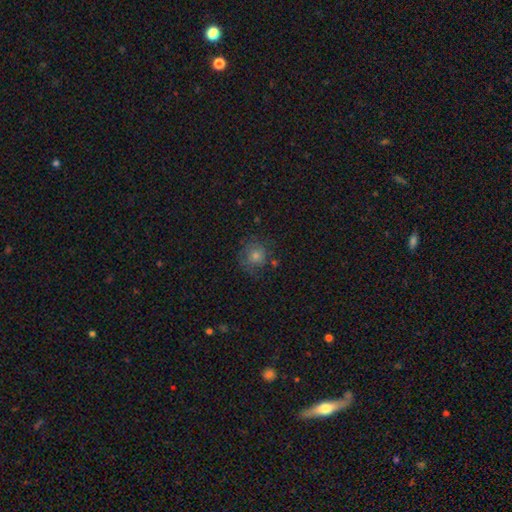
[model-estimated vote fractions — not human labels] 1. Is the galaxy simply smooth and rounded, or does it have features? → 59% smooth, 22% star or artifact, 19% featured or disk.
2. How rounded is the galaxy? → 87% round, 12% in between, 1% cigar-shaped.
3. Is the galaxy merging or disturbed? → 72% none, 17% minor disturbance, 8% major disturbance, 3% merger.